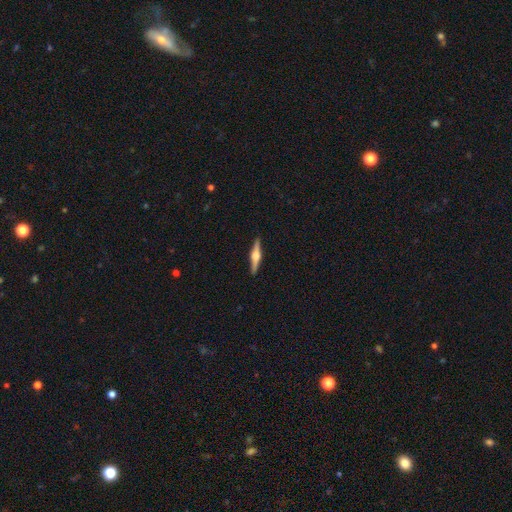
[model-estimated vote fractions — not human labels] smooth-or-featured: featured or disk: 76% | smooth: 19% | star or artifact: 5%
  disk-edge-on: yes: 98% | no: 2%
    edge-on-bulge: rounded: 91% | boxy: 7% | none: 2%
  merging: none: 92% | minor disturbance: 6% | major disturbance: 1% | merger: 1%